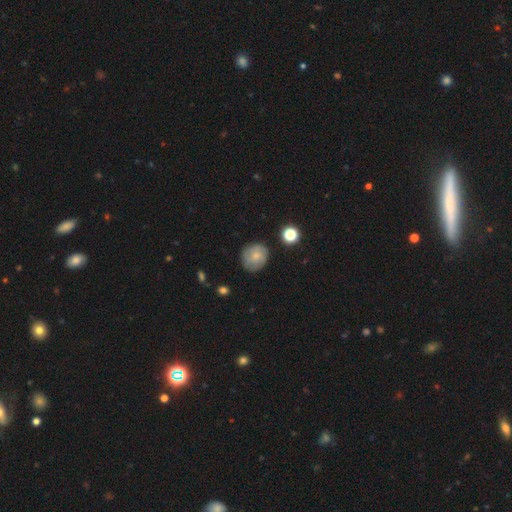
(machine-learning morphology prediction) This is likely a smooth galaxy (66%). How rounded: clearly round (84%). Merging: likely none (77%).